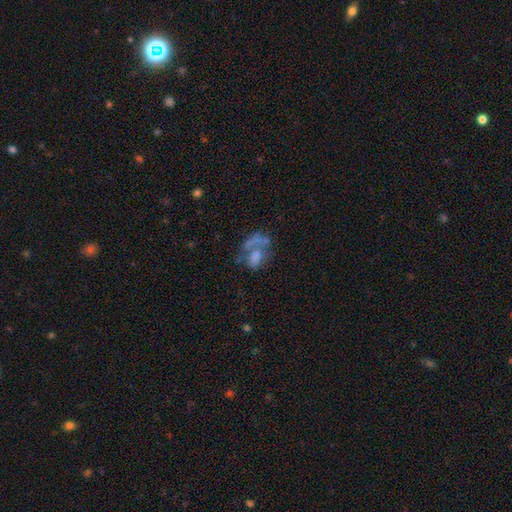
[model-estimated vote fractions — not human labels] featured or disk 46%, smooth 38%, star or artifact 16%. Down the decision tree: merging — major disturbance (32%).